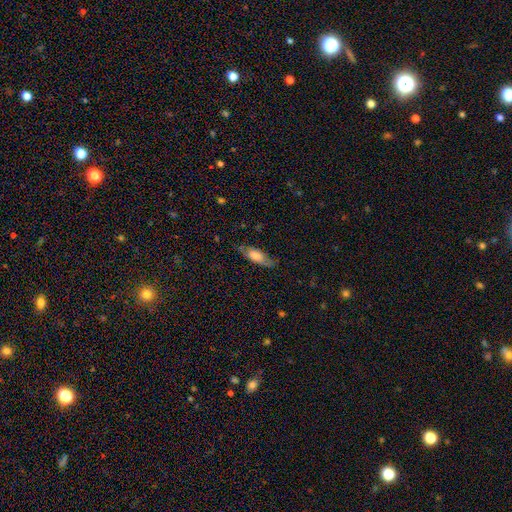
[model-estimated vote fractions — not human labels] A smooth galaxy with no disk features (60%) that is in between round and cigar-shaped (62%).

Vote fractions:
- Smooth or featured? smooth: 60% / featured or disk: 33% / star or artifact: 7%
- How rounded? in between: 62% / cigar-shaped: 35% / round: 3%
- Merging? none: 69% / minor disturbance: 23% / major disturbance: 7% / merger: 1%